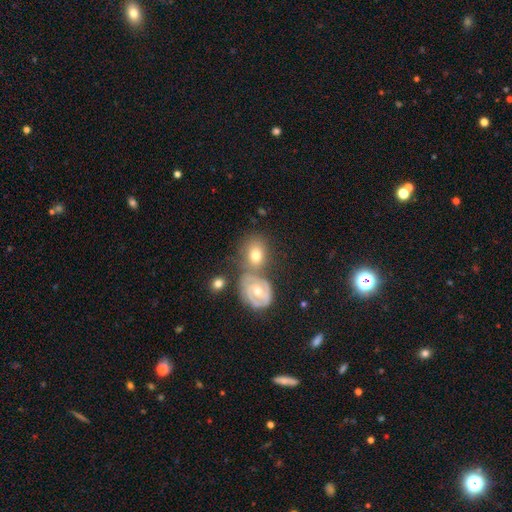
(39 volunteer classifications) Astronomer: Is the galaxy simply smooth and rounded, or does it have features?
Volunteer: featured or disk — 49% (runner-up: smooth, 41%).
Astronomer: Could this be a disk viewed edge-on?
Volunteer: no — 95%.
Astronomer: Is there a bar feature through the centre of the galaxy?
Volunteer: no — 56% (runner-up: weak, 39%).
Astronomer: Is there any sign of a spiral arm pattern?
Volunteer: yes — 89%.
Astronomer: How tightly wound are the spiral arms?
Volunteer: tight — 62%.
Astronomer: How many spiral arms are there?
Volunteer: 2 — 56%.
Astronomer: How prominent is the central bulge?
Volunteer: moderate — 72%.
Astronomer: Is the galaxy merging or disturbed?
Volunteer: merger — 34% (runner-up: none, 31%).